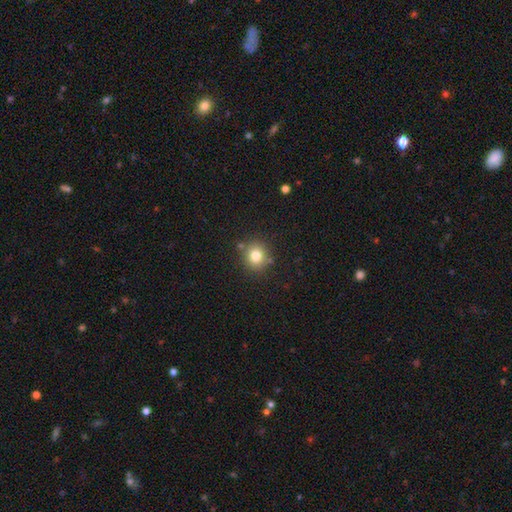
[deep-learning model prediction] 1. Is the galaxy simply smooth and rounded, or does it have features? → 79% smooth, 13% star or artifact, 8% featured or disk.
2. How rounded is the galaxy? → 85% round, 14% in between, 1% cigar-shaped.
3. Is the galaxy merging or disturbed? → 82% none, 10% minor disturbance, 6% merger, 3% major disturbance.